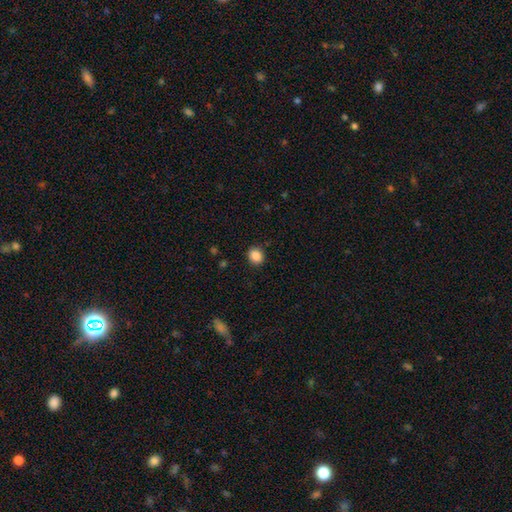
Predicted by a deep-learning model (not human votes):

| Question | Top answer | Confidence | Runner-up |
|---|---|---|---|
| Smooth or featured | smooth | 87% | star or artifact (10%) |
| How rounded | round | 66% | in between (33%) |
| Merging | none | 88% | minor disturbance (8%) |